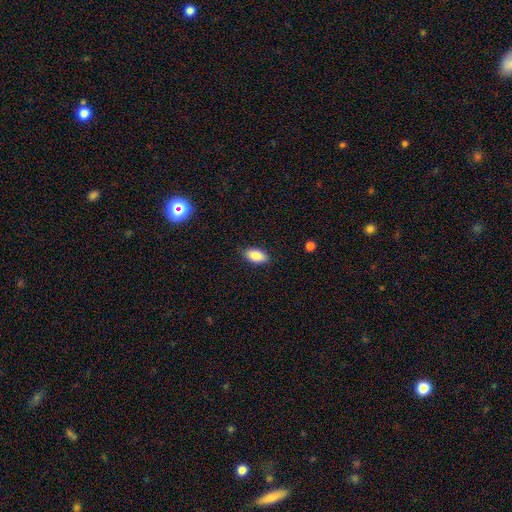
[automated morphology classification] Overall: smooth (85%). How rounded: in between (91%). Merging: none (86%).